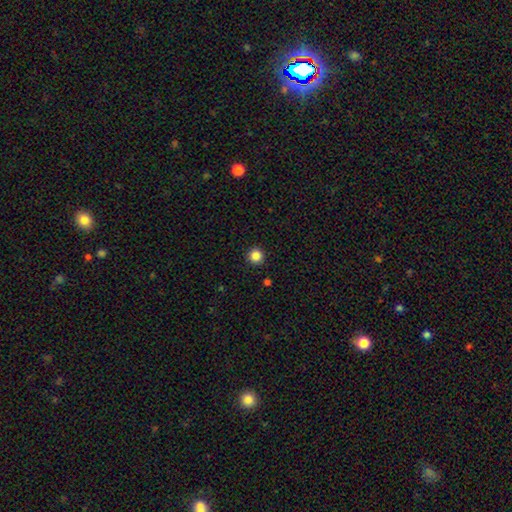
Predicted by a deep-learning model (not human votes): Smooth or featured? Predicted: smooth (p=0.85). How rounded? Predicted: round (p=0.96). Merging? Predicted: none (p=0.93).